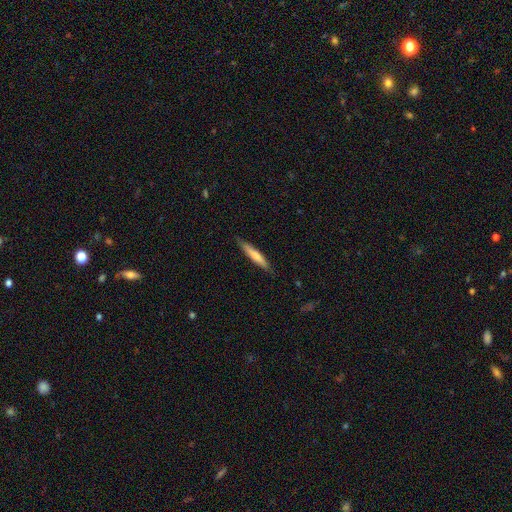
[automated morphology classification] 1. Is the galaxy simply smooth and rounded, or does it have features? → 65% smooth, 30% featured or disk, 5% star or artifact.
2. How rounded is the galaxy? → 92% cigar-shaped, 7% in between, 1% round.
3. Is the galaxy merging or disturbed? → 84% none, 12% minor disturbance, 2% major disturbance, 1% merger.